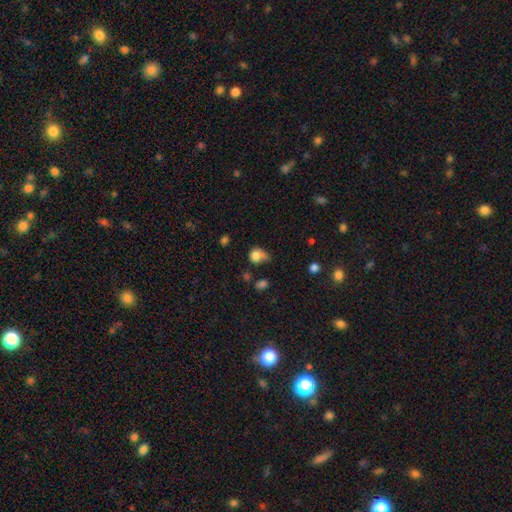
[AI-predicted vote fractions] This appears to be a smooth galaxy with no disk features (78%) that is round (61%). Merging: minor disturbance (34%).